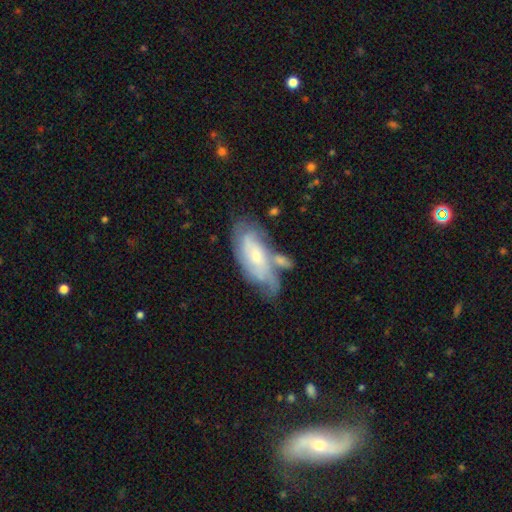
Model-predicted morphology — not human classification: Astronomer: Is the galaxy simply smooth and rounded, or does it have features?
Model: featured or disk — 68%.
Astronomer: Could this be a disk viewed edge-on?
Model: no — 90%.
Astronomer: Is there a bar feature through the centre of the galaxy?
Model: no — 65%.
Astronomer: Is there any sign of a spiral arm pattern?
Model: yes — 86%.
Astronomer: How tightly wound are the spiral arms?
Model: tight — 52% (runner-up: medium, 35%).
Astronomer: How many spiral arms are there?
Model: can't tell — 45% (runner-up: 2, 28%).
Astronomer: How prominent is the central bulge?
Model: small — 60%.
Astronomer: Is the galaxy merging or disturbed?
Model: none — 47% (runner-up: minor disturbance, 22%).